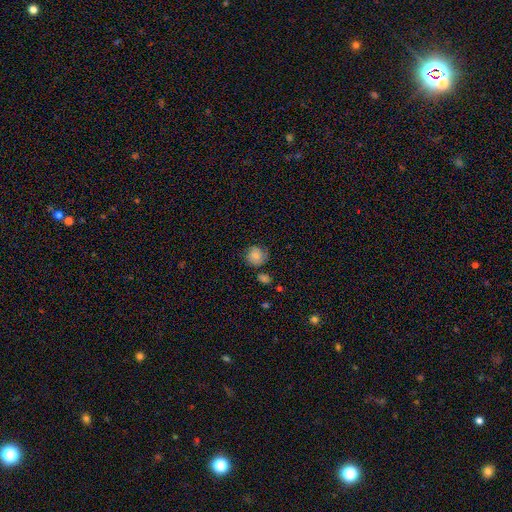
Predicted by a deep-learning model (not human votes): A smooth galaxy with no disk features (75%) that is round (87%). Merging: none (70%).